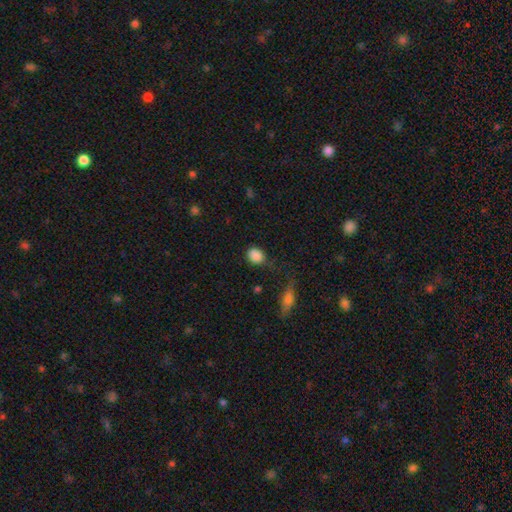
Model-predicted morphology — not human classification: A smooth galaxy with no disk features (86%) that is round (55%).

Vote fractions:
- Smooth or featured? smooth: 86% / star or artifact: 9% / featured or disk: 5%
- How rounded? round: 55% / in between: 44% / cigar-shaped: 2%
- Merging? none: 62% / minor disturbance: 26% / major disturbance: 8% / merger: 4%